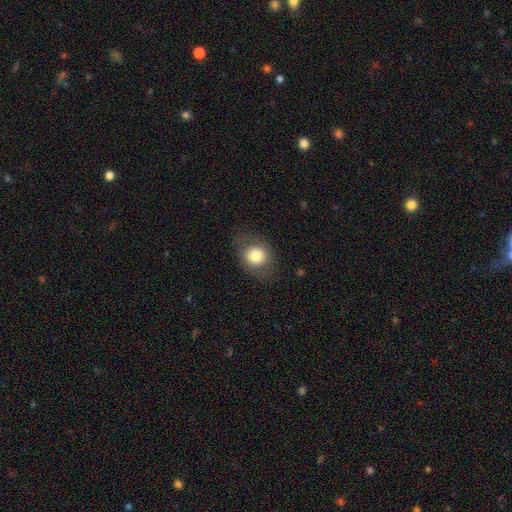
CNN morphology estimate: This appears to be a smooth galaxy with no disk features (76%) that is round (65%). Merging: none (78%).